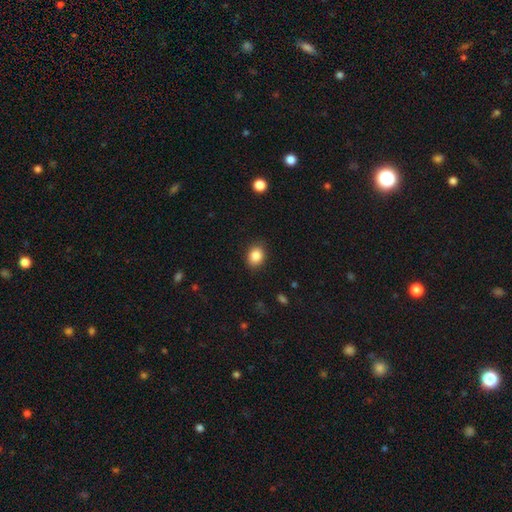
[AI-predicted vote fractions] Overall: smooth (86%). How rounded: in between (59%; round 40%). Merging: none (86%).